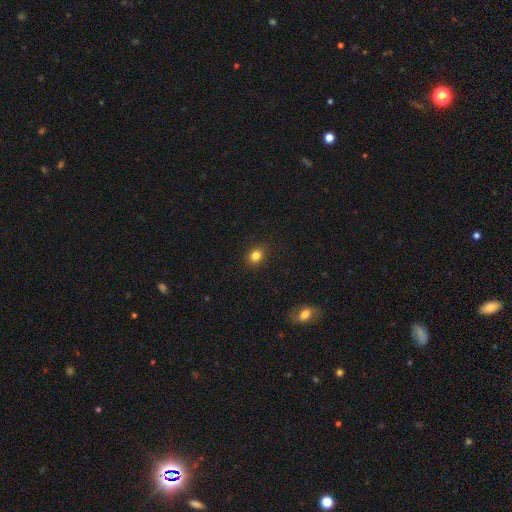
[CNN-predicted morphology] A smooth galaxy with no disk features (83%) that is round (58%). Merging: none (89%).